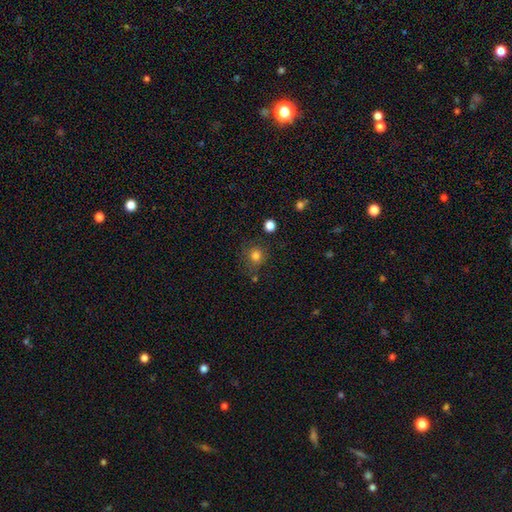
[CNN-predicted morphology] The model was most divided on "merging": none: 77%, minor disturbance: 14%, merger: 5%, major disturbance: 4%. More confident: how rounded — round (87%); smooth or featured — smooth (80%).